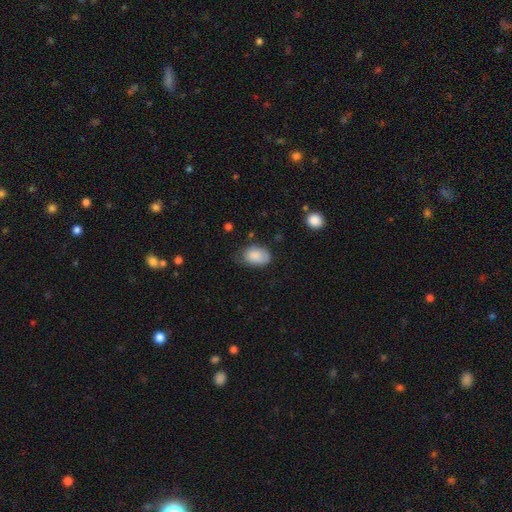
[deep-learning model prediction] smooth 86%, star or artifact 7%, featured or disk 7%. Down the decision tree: how rounded — in between (85%); merging — none (57%).